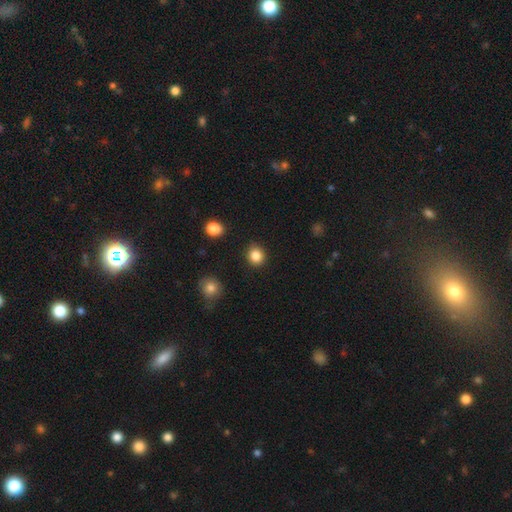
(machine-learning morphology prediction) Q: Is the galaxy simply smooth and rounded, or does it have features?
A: smooth — 86%.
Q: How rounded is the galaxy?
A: round — 85%.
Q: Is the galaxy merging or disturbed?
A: none — 89%.